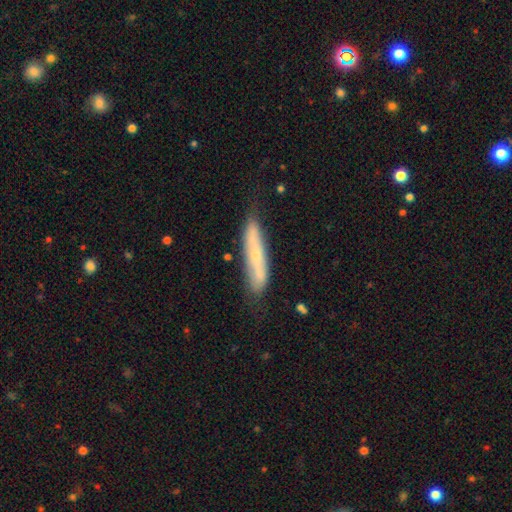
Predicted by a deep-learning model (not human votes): smooth_or_featured: smooth (p=0.54) [alt: featured or disk p=0.40]
how_rounded: cigar-shaped (p=0.83) [alt: in between p=0.15]
merging: none (p=0.71) [alt: minor disturbance p=0.22]